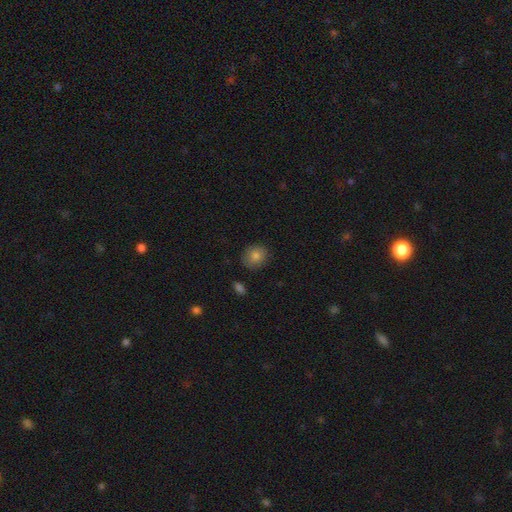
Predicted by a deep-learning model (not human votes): Q: Smooth or featured?
A: smooth (80%); runner-up: featured or disk (10%)
Q: How rounded?
A: round (71%); runner-up: in between (28%)
Q: Merging?
A: none (86%); runner-up: minor disturbance (10%)